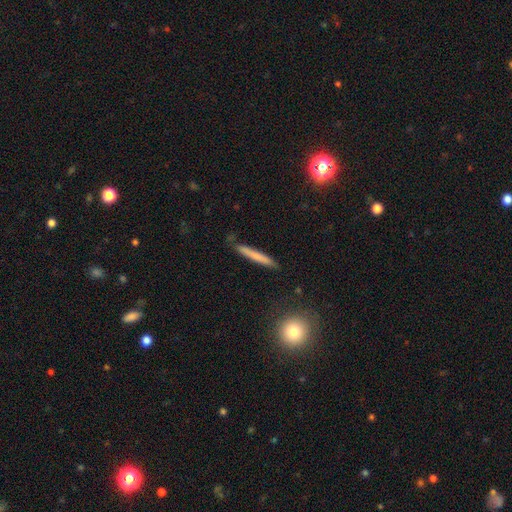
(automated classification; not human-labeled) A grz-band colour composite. It shows a smooth galaxy with no disk features (67%) that is cigar-shaped (95%). Merging: none (86%).